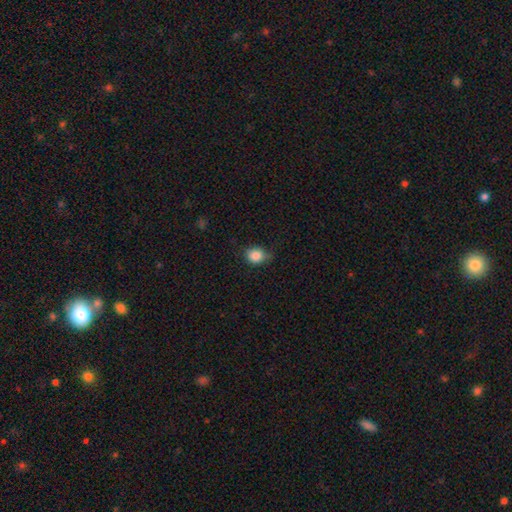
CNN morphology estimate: Smooth or featured? smooth (85%)
How rounded? round (69%)
Merging? none (64%)